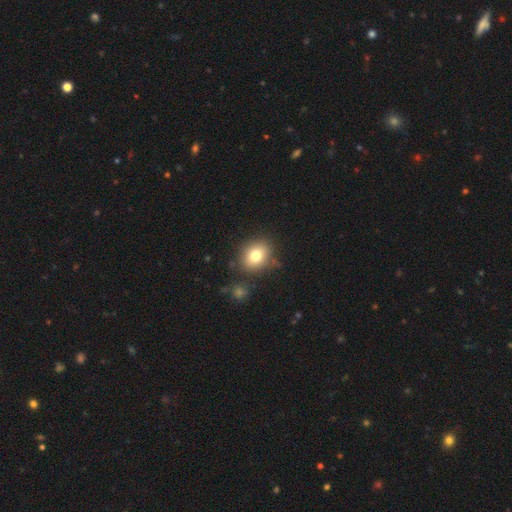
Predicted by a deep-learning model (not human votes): Overall: smooth (78%). How rounded: round (54%; in between 45%). Merging: none (81%).